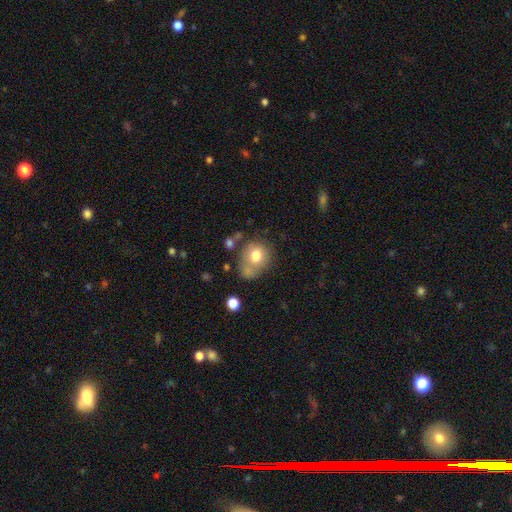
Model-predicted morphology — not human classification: Smooth or featured? smooth (73%)
How rounded? round (61%)
Merging? none (39%)